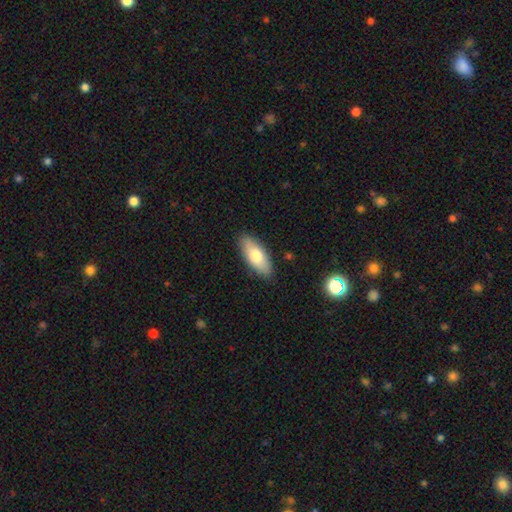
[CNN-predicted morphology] Smooth or featured?
  - smooth: 72% *
  - featured or disk: 22%
  - star or artifact: 6%
How rounded?
  - in between: 79% *
  - cigar-shaped: 18%
  - round: 2%
Merging?
  - none: 87% *
  - minor disturbance: 10%
  - major disturbance: 2%
  - merger: 1%